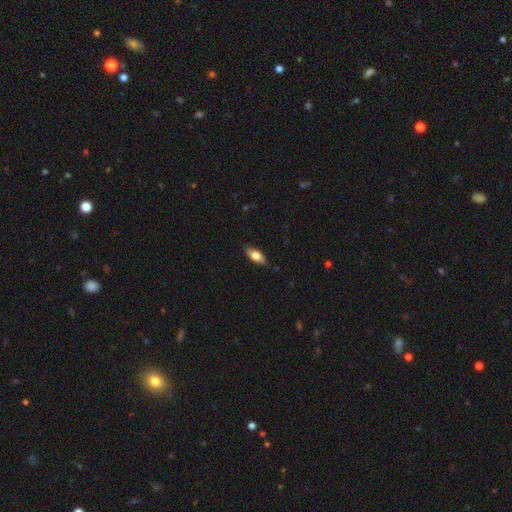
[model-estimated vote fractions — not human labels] This is likely a smooth galaxy (74%). How rounded: clearly in between (83%). Merging: clearly none (86%).